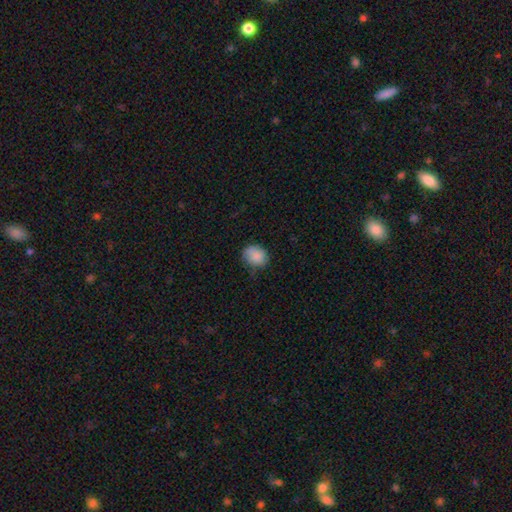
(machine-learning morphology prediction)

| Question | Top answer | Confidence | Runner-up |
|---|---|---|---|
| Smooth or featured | smooth | 85% | star or artifact (8%) |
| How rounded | round | 55% | in between (44%) |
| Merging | none | 63% | minor disturbance (29%) |